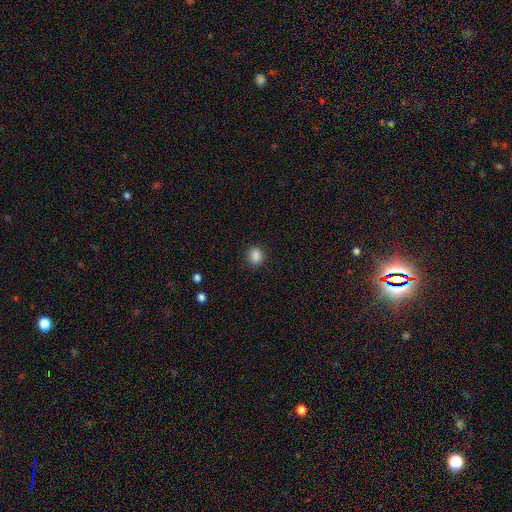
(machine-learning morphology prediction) smooth_or_featured: smooth (p=0.86) [alt: star or artifact p=0.10]
how_rounded: round (p=0.56) [alt: in between p=0.42]
merging: none (p=0.86) [alt: minor disturbance p=0.10]